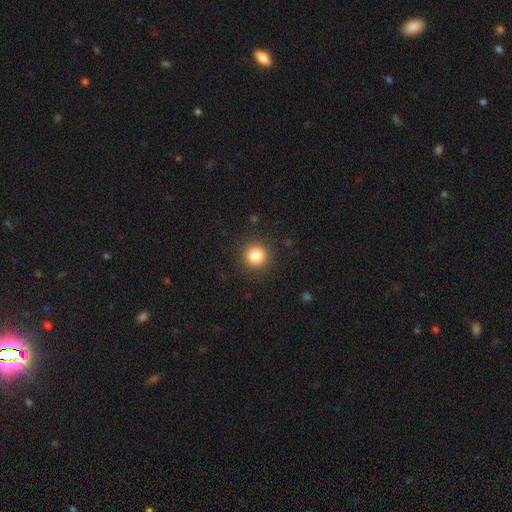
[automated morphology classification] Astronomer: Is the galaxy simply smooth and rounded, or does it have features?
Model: smooth — 84%.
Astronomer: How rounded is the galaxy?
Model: round — 94%.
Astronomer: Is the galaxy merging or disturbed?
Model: none — 91%.